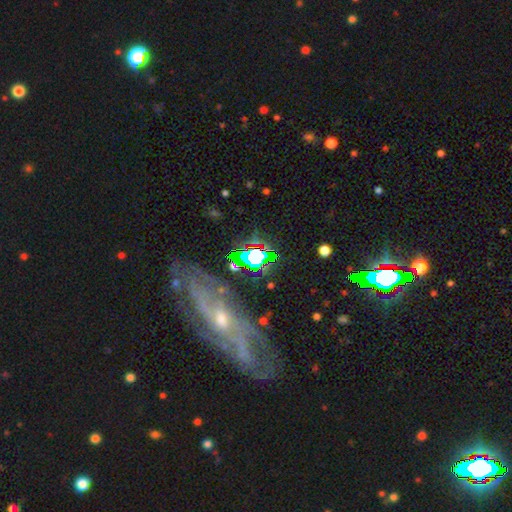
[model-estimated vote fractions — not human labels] This appears to be a star or artifact, not a galaxy (61%).